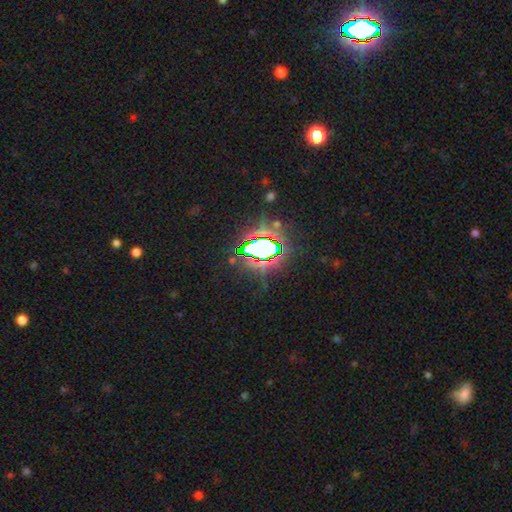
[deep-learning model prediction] smooth-or-featured: star or artifact: 78% | smooth: 13% | featured or disk: 9%